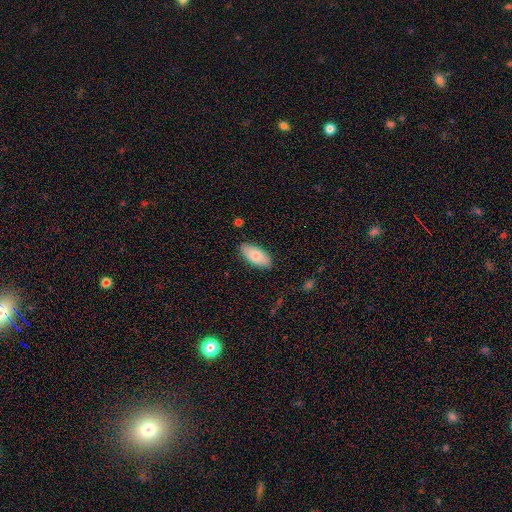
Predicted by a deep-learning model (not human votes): smooth-or-featured: smooth: 79% | featured or disk: 15% | star or artifact: 6%
  how-rounded: in between: 91% | cigar-shaped: 7% | round: 2%
  merging: none: 85% | minor disturbance: 12% | major disturbance: 2% | merger: 1%